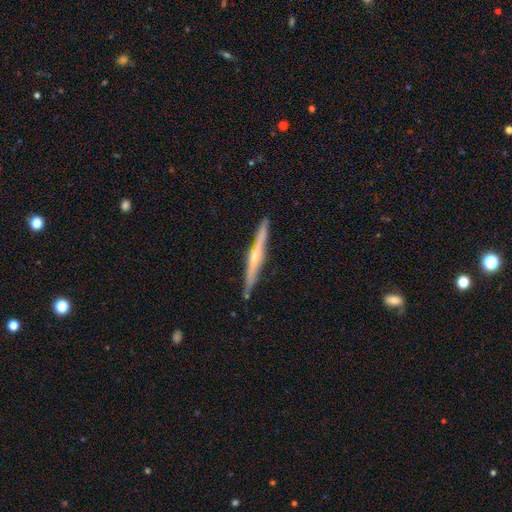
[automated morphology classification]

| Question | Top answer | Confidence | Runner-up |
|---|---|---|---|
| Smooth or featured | featured or disk | 72% | smooth (22%) |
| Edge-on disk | yes | 97% | no (3%) |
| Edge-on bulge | rounded | 70% | none (24%) |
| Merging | none | 89% | minor disturbance (8%) |